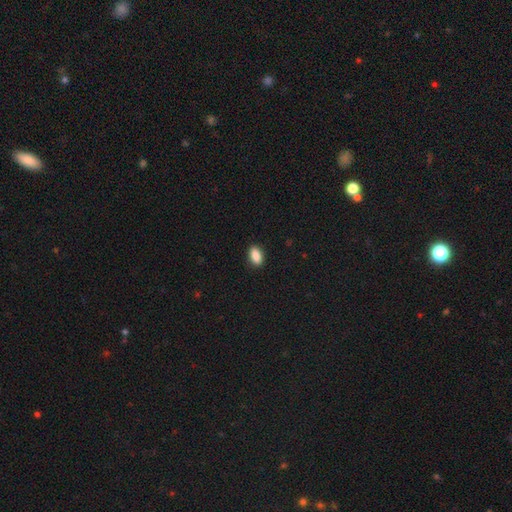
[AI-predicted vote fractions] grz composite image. It shows a smooth galaxy with no disk features (89%) that is in between round and cigar-shaped (91%). Merging: none (89%).